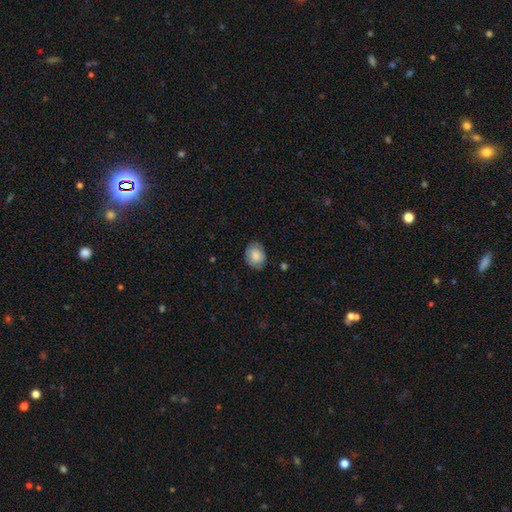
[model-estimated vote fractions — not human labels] A smooth galaxy with no disk features (84%) that is round (52%).

Vote fractions:
- Smooth or featured? smooth: 84% / featured or disk: 9% / star or artifact: 7%
- How rounded? round: 52% / in between: 47% / cigar-shaped: 1%
- Merging? none: 80% / minor disturbance: 16% / major disturbance: 3% / merger: 1%